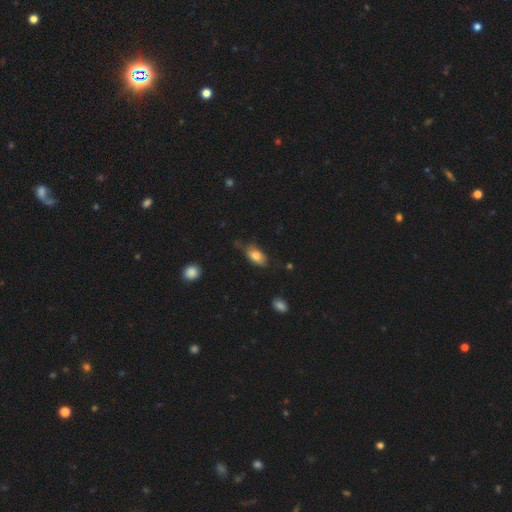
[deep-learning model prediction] Smooth or featured?
  - smooth: 79% *
  - featured or disk: 13%
  - star or artifact: 8%
How rounded?
  - in between: 90% *
  - cigar-shaped: 6%
  - round: 5%
Merging?
  - none: 61% *
  - minor disturbance: 29%
  - major disturbance: 7%
  - merger: 3%